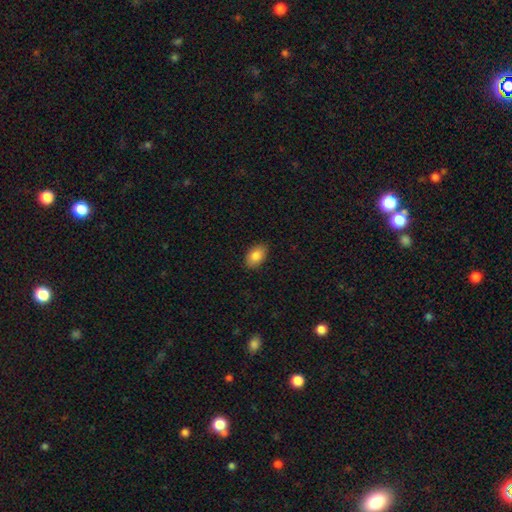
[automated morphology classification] The model was most divided on "smooth or featured": smooth: 85%, featured or disk: 7%, star or artifact: 7%. More confident: how rounded — in between (89%); merging — none (88%).